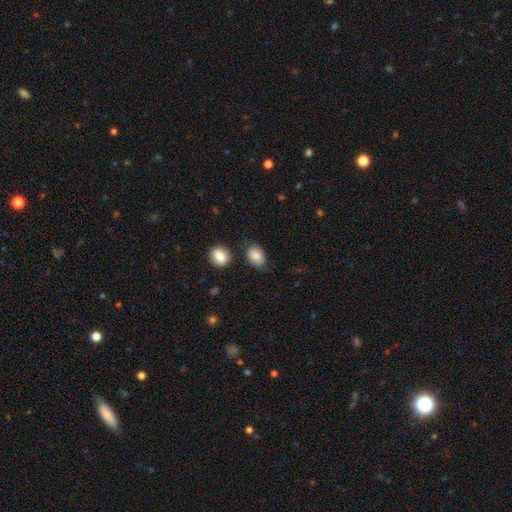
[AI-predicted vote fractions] This is clearly a smooth galaxy (85%). How rounded: likely in between (78%). Merging: likely none (68%).